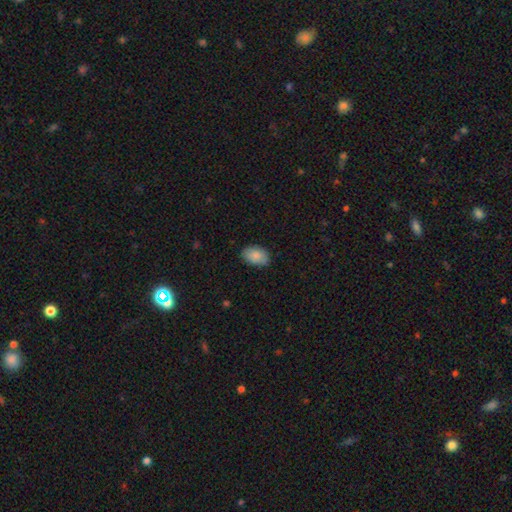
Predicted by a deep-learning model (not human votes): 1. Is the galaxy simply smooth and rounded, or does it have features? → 86% smooth, 7% featured or disk, 7% star or artifact.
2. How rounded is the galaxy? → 89% in between, 10% round, 1% cigar-shaped.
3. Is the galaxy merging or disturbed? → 83% none, 13% minor disturbance, 2% major disturbance, 1% merger.